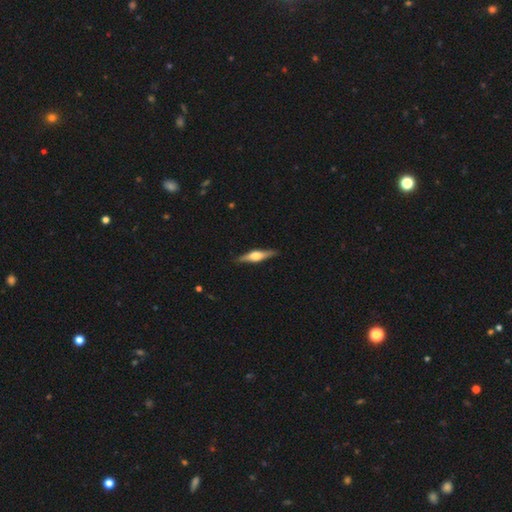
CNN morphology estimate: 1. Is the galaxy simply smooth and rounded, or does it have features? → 65% featured or disk, 30% smooth, 5% star or artifact.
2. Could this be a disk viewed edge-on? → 96% yes, 4% no.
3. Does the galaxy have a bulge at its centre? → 91% rounded, 7% boxy, 2% none.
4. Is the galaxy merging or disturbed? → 89% none, 8% minor disturbance, 2% major disturbance, 1% merger.